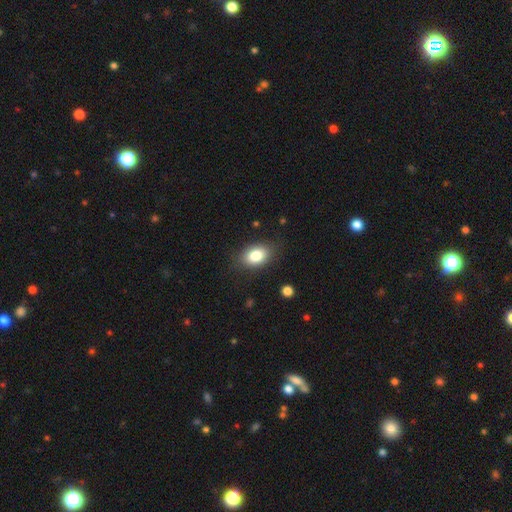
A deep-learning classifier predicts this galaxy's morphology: Smooth or featured? Predicted: smooth (p=0.82). How rounded? Predicted: in between (p=0.85). Merging? Predicted: none (p=0.82).